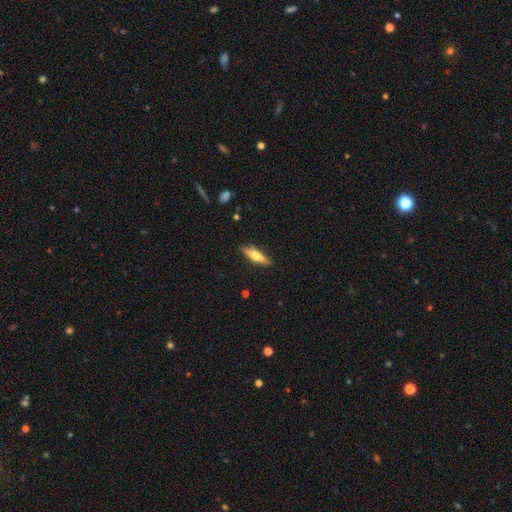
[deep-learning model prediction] This is possibly a featured or disk galaxy (48%). Merging: clearly none (88%).